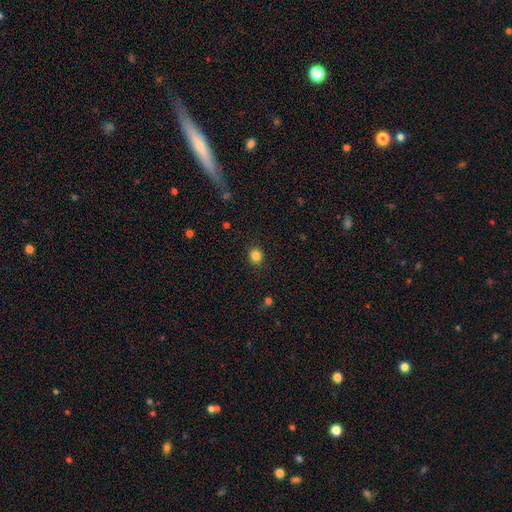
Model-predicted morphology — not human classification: type=smooth (84%); roundness=round (86%); merging=none (90%).